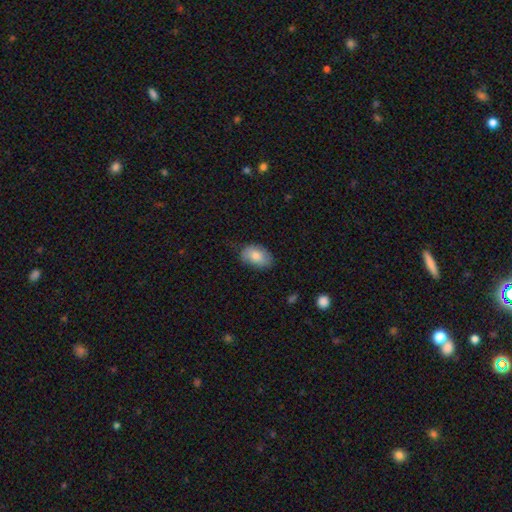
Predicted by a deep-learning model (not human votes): A smooth galaxy with no disk features (80%) that is in between round and cigar-shaped (90%). Merging: none (74%).